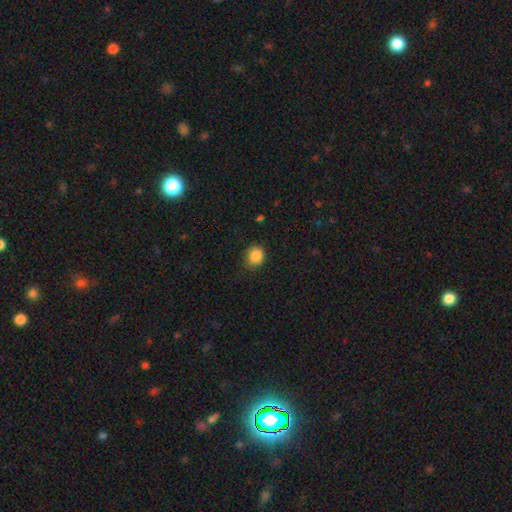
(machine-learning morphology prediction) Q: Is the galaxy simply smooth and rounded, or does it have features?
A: smooth — 87%.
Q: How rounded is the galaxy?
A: round — 69%.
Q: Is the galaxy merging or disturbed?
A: none — 78%.